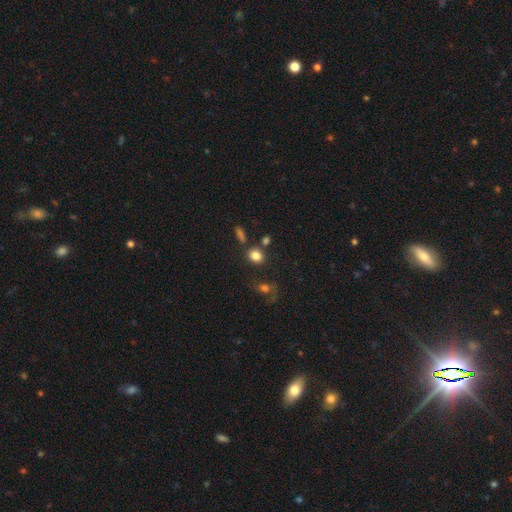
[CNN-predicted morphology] smooth_or_featured: smooth (p=0.82) [alt: star or artifact p=0.11]
how_rounded: round (p=0.56) [alt: in between p=0.42]
merging: none (p=0.71) [alt: merger p=0.12]